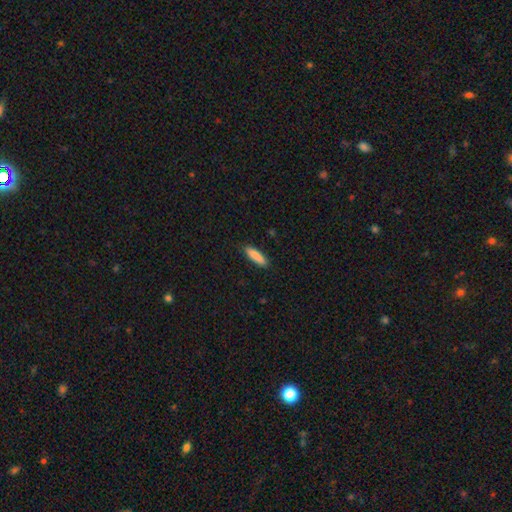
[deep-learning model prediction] smooth 87%, featured or disk 7%, star or artifact 6%. Down the decision tree: how rounded — cigar-shaped (65%); merging — none (87%).